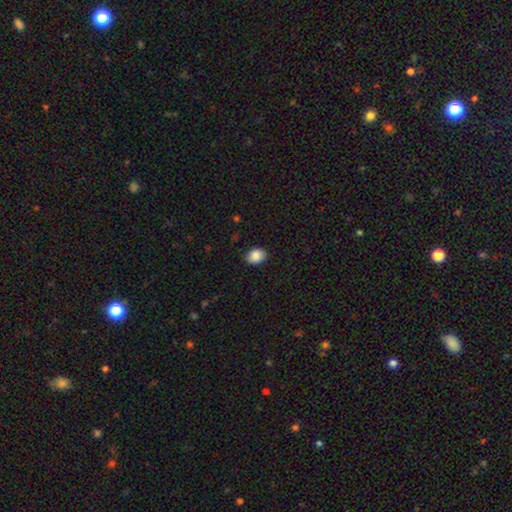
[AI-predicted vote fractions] Overall: smooth (87%). How rounded: in between (62%; round 37%). Merging: none (87%).